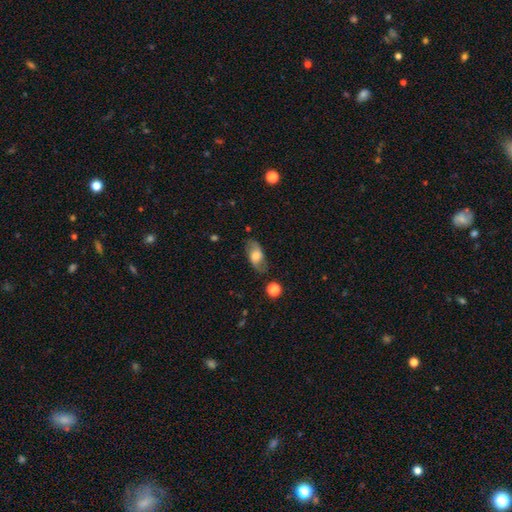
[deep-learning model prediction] Smooth or featured? smooth (58%)
How rounded? in between (85%)
Merging? none (77%)